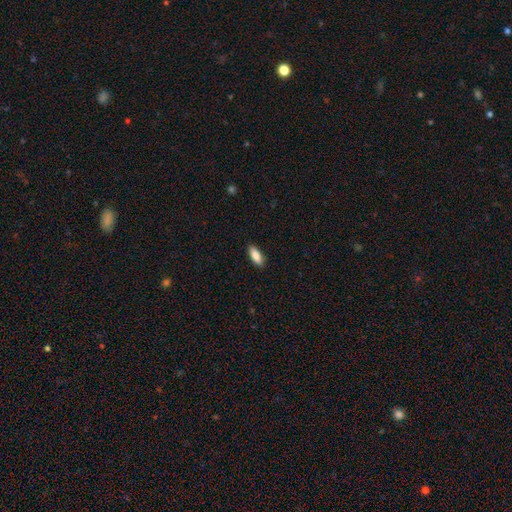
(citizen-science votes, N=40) Morphology: type=smooth (90%); roundness=in between (78%); merging=none (82%).